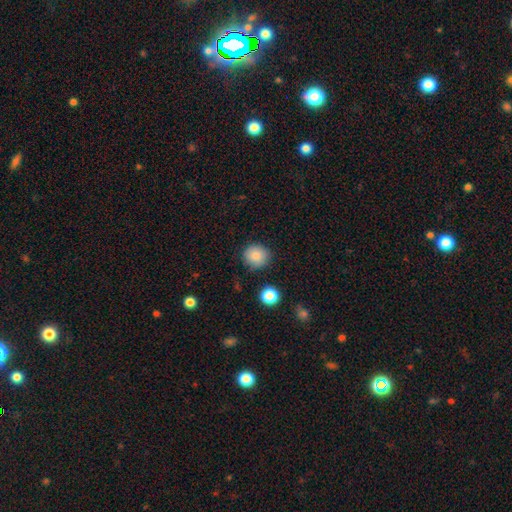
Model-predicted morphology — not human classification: This appears to be a smooth galaxy with no disk features (86%) that is round (91%). Merging: none (87%).